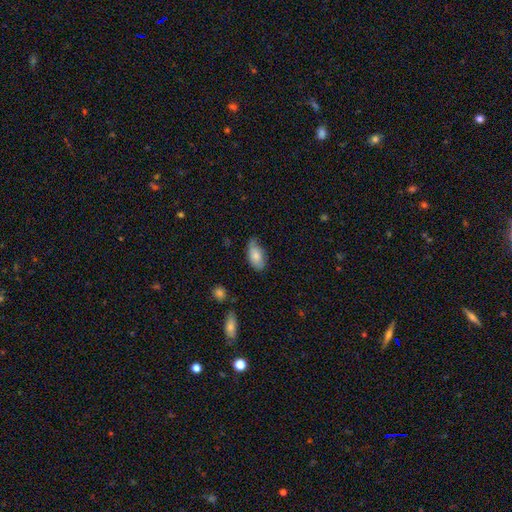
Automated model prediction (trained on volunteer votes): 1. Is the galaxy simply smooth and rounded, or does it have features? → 76% smooth, 17% featured or disk, 7% star or artifact.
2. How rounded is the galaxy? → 93% in between, 4% round, 3% cigar-shaped.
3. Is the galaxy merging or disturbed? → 56% none, 34% minor disturbance, 8% major disturbance, 2% merger.